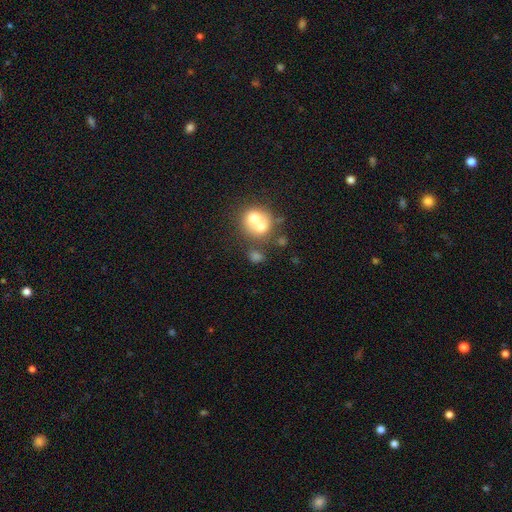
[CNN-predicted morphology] This appears to be a smooth galaxy with no disk features (63%) that is round (67%). Merging: merger (57%).